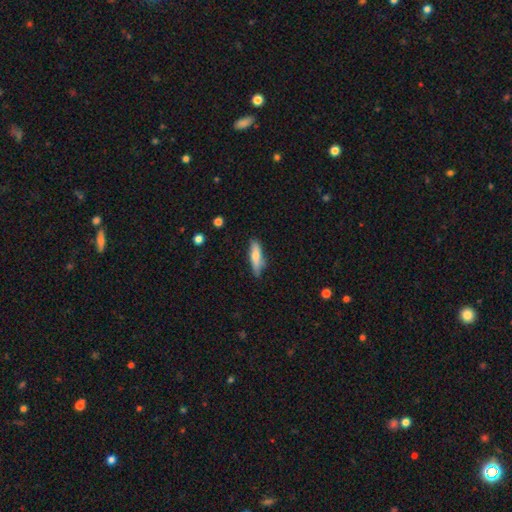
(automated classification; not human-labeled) Overall: smooth (67%). How rounded: cigar-shaped (61%; in between 37%). Merging: none (73%).